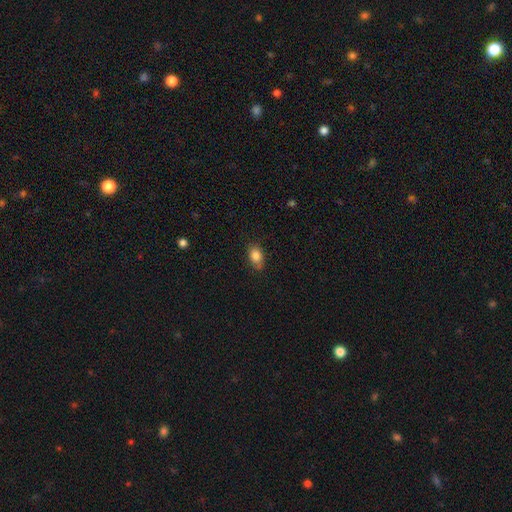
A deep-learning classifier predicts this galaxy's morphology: Smooth or featured: smooth — 85% (star or artifact — 9%)
How rounded: in between — 81% (round — 17%)
Merging: none — 77% (minor disturbance — 18%)